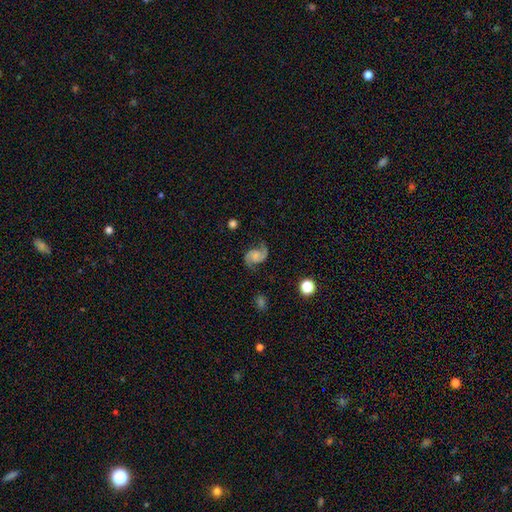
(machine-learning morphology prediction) This appears to be a featured or disk galaxy (86%) with no bar (66%), 2 (93%) medium (51%) spiral arms (98%) and no central bulge (43%). Merging: none (76%).